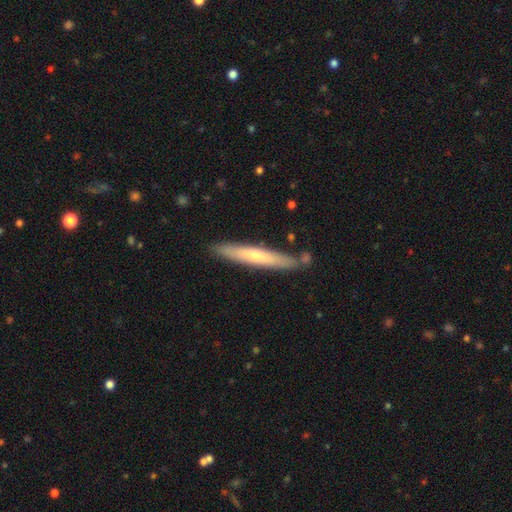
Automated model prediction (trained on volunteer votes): This appears to be a smooth galaxy with no disk features (55%) that is cigar-shaped (93%). Merging: none (83%).